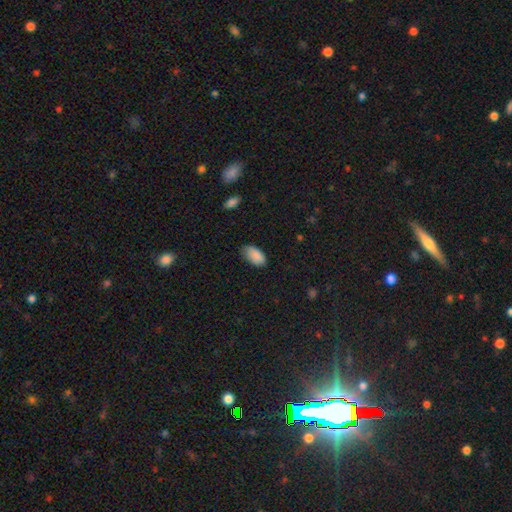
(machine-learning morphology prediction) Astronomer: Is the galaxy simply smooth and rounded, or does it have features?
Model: smooth — 87%.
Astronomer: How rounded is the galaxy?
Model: in between — 95%.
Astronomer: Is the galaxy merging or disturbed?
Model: none — 66%.